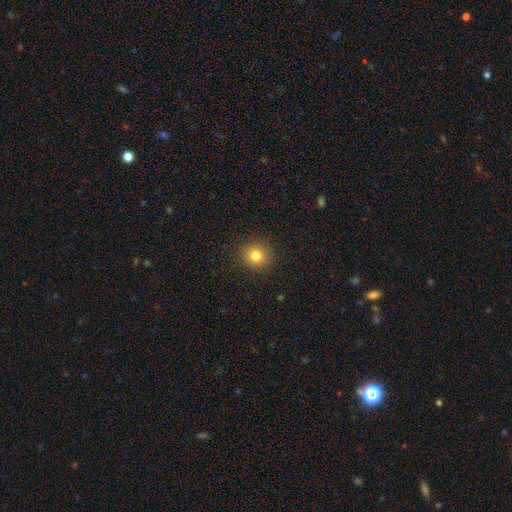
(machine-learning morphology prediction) smooth-or-featured: smooth: 83% | star or artifact: 12% | featured or disk: 6%
  how-rounded: round: 90% | in between: 9% | cigar-shaped: 1%
  merging: none: 90% | minor disturbance: 6% | major disturbance: 2% | merger: 1%